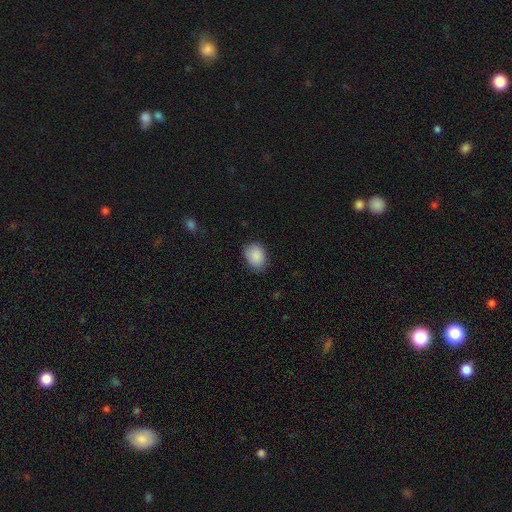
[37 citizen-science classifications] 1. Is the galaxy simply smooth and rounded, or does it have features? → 100% smooth, 0% featured or disk, 0% star or artifact.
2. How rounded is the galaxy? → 68% in between, 30% round, 3% cigar-shaped.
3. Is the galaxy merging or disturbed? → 81% none, 14% minor disturbance, 5% major disturbance, 0% merger.